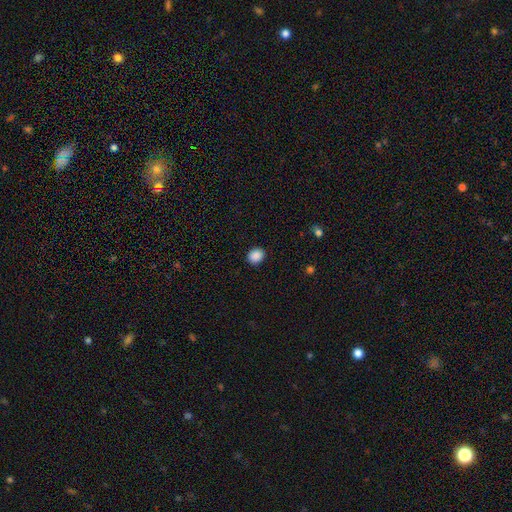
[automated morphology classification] This is clearly a smooth galaxy (89%). How rounded: likely round (64%). Merging: clearly none (90%).